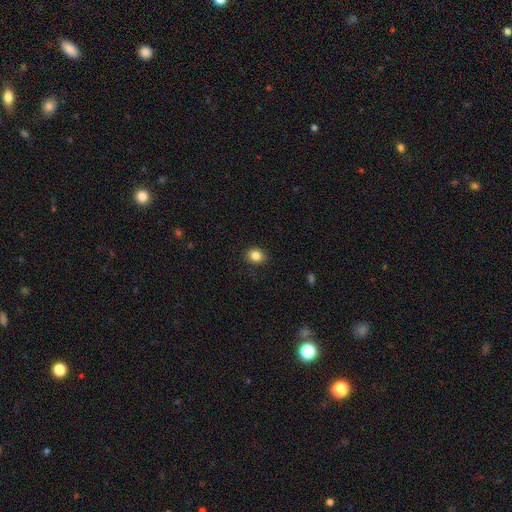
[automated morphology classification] Q: Smooth or featured?
A: smooth (85%); runner-up: star or artifact (10%)
Q: How rounded?
A: round (61%); runner-up: in between (38%)
Q: Merging?
A: none (88%); runner-up: minor disturbance (8%)